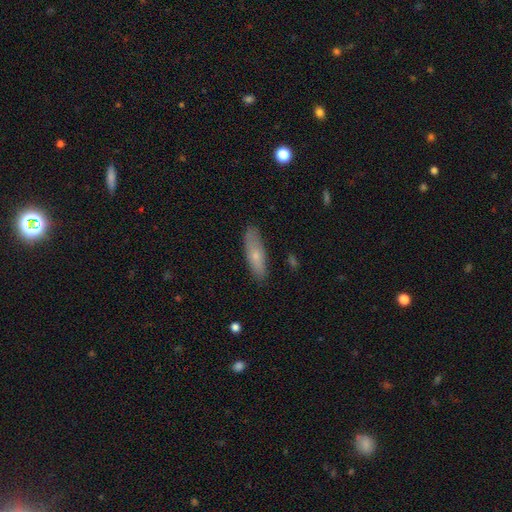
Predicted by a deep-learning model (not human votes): This is likely a smooth galaxy (67%). How rounded: possibly cigar-shaped (57%). Merging: clearly none (83%).